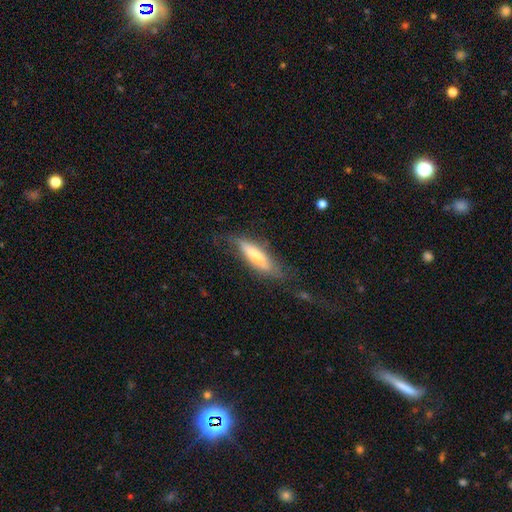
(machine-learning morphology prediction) Smooth or featured? Predicted: smooth (p=0.59). How rounded? Predicted: cigar-shaped (p=0.70). Merging? Predicted: none (p=0.66).